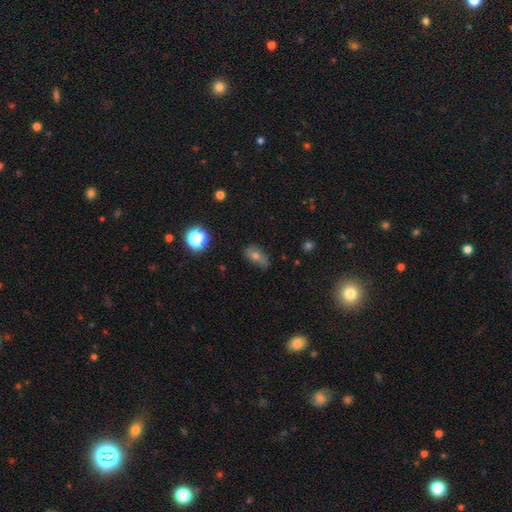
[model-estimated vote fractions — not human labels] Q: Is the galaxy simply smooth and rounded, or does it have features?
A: smooth — 59%.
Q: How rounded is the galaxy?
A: in between — 77%.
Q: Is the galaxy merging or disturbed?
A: none — 63%.